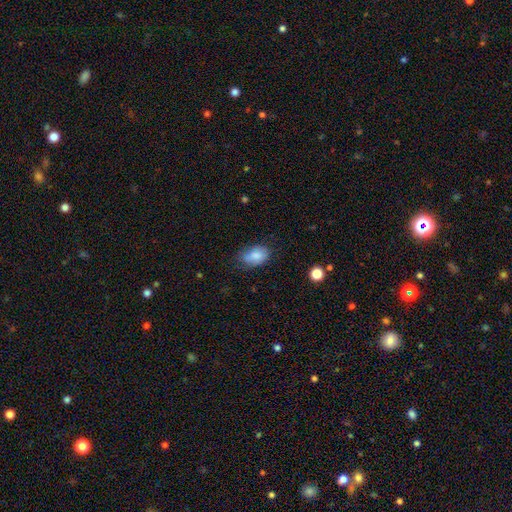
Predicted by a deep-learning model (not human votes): Smooth or featured: smooth — 82% (featured or disk — 10%)
How rounded: in between — 88% (round — 11%)
Merging: none — 64% (minor disturbance — 28%)